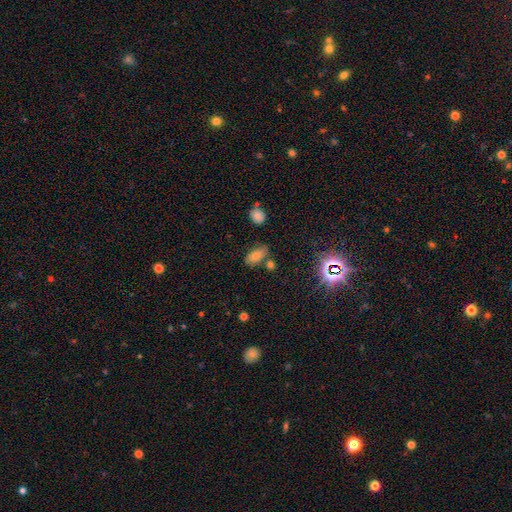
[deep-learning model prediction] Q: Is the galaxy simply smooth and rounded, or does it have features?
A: smooth — 72%.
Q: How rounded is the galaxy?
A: in between — 90%.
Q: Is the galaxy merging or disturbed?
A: none — 70%.